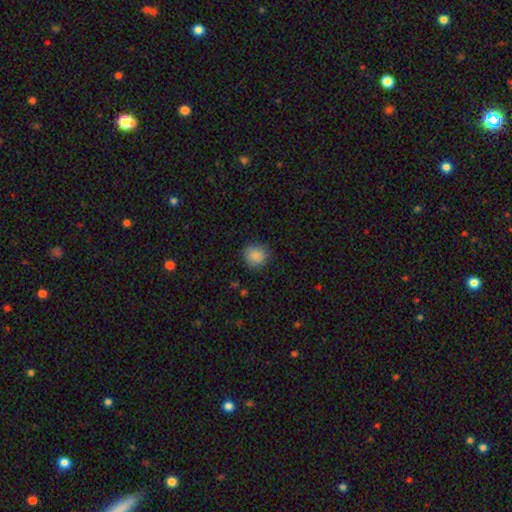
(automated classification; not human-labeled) Smooth or featured: smooth — 87% (star or artifact — 9%)
How rounded: round — 87% (in between — 12%)
Merging: none — 83% (minor disturbance — 13%)